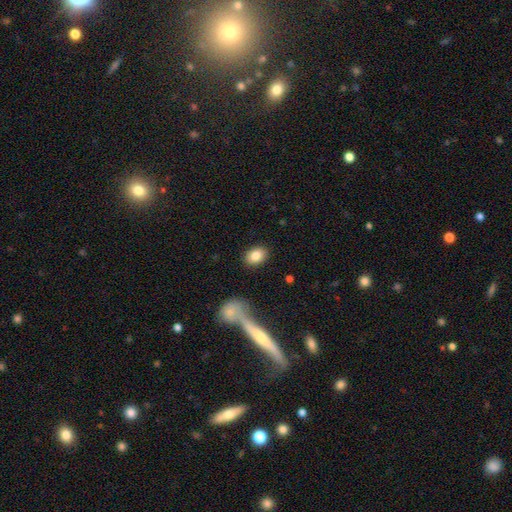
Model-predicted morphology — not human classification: Smooth or featured? smooth (83%)
How rounded? in between (75%)
Merging? none (86%)